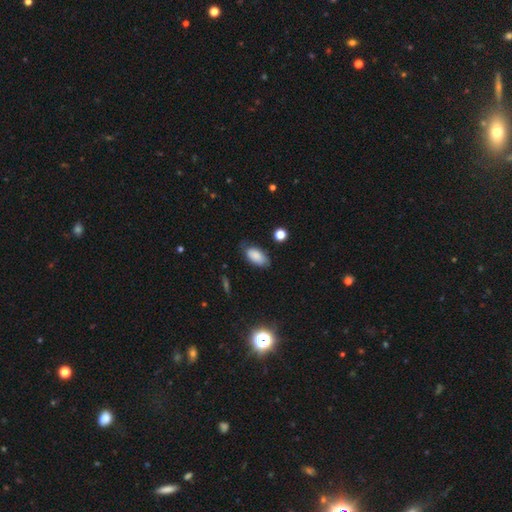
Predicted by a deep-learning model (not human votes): Smooth or featured? Predicted: smooth (p=0.84). How rounded? Predicted: in between (p=0.93). Merging? Predicted: none (p=0.69).